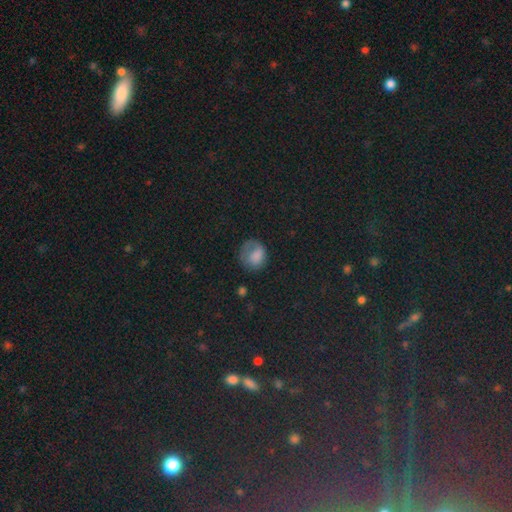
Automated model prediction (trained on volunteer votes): A smooth galaxy with no disk features (73%) that is round (65%). Merging: none (49%).